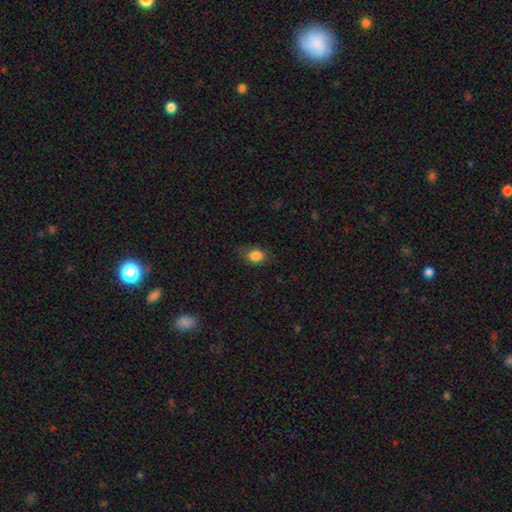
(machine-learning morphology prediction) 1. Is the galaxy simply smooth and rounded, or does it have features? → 84% smooth, 9% star or artifact, 7% featured or disk.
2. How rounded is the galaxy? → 67% in between, 31% round, 2% cigar-shaped.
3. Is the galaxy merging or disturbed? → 71% none, 21% minor disturbance, 6% major disturbance, 1% merger.